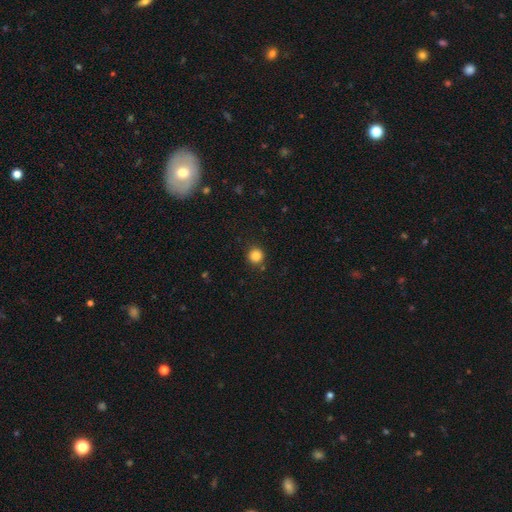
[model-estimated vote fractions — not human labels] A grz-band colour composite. It shows a smooth galaxy with no disk features (85%) that is round (94%). Merging: none (88%).